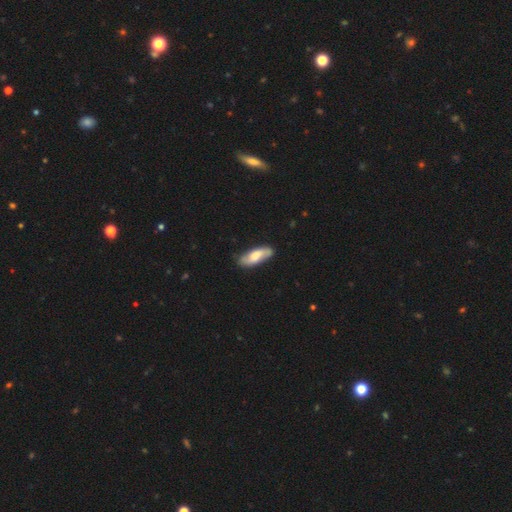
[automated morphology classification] smooth-or-featured: smooth: 56% | featured or disk: 38% | star or artifact: 6%
  how-rounded: in between: 66% | cigar-shaped: 32% | round: 2%
  merging: none: 78% | minor disturbance: 17% | major disturbance: 3% | merger: 2%